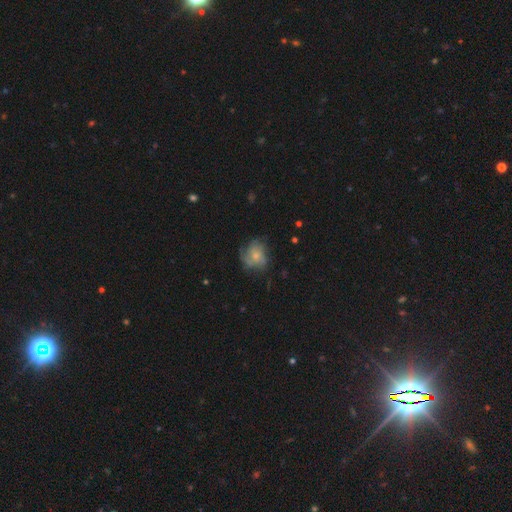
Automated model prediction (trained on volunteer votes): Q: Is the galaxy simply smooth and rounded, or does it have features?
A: featured or disk — 45%, tied with smooth.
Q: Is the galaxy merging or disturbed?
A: none — 55%.